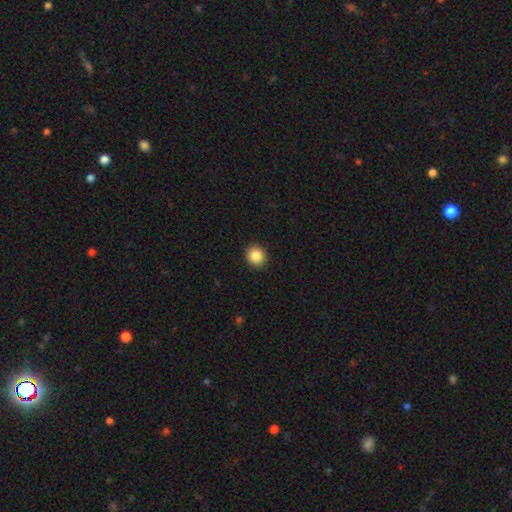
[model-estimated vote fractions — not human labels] Smooth or featured: smooth — 87% (star or artifact — 9%)
How rounded: round — 84% (in between — 16%)
Merging: none — 92% (minor disturbance — 5%)